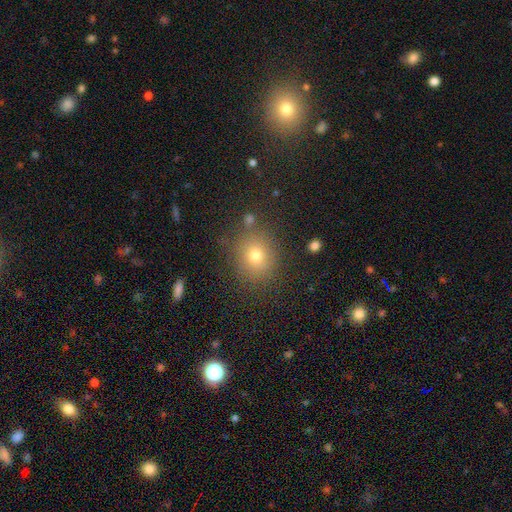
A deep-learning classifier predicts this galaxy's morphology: Q: Smooth or featured?
A: smooth (74%); runner-up: star or artifact (15%)
Q: How rounded?
A: round (75%); runner-up: in between (24%)
Q: Merging?
A: none (81%); runner-up: minor disturbance (11%)